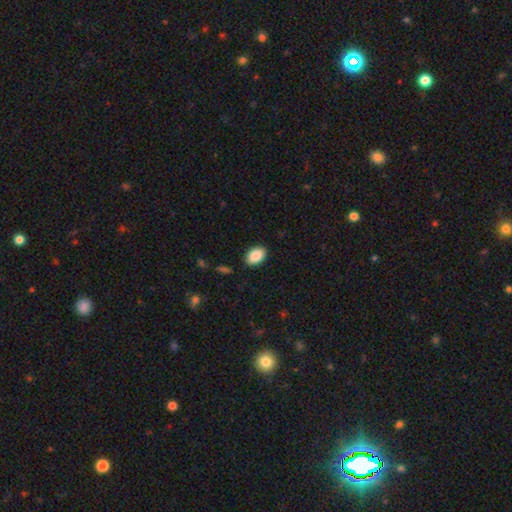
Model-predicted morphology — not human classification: Smooth or featured: smooth — 89% (star or artifact — 7%)
How rounded: in between — 88% (round — 11%)
Merging: none — 88% (minor disturbance — 9%)